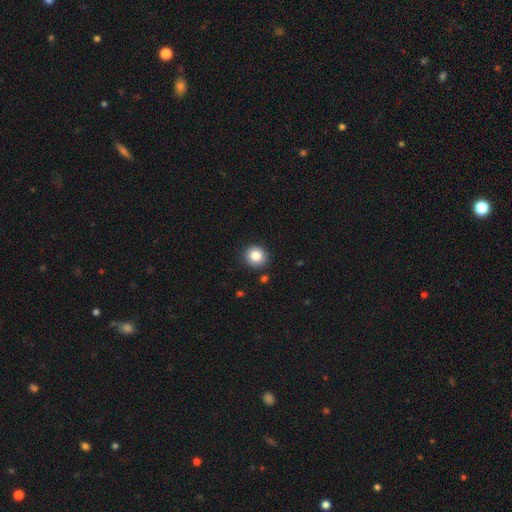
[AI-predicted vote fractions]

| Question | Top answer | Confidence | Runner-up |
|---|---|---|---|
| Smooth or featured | smooth | 85% | star or artifact (10%) |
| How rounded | round | 88% | in between (11%) |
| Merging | none | 89% | minor disturbance (7%) |